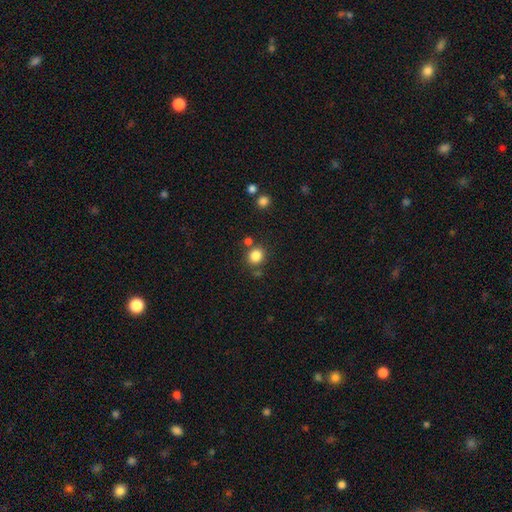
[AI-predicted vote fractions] Smooth or featured: smooth — 83% (star or artifact — 12%)
How rounded: round — 80% (in between — 19%)
Merging: none — 76% (merger — 10%)